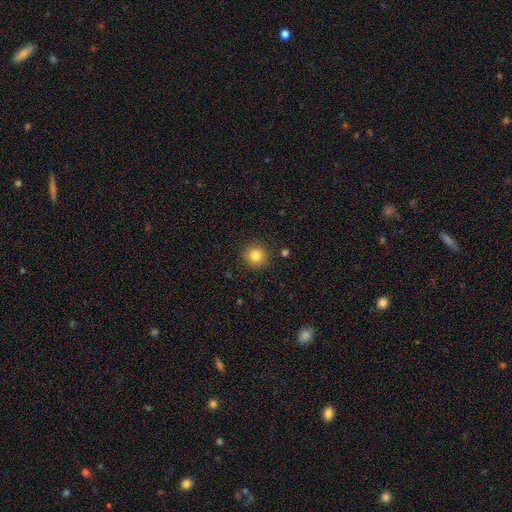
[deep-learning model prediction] Smooth or featured? Predicted: smooth (p=0.83). How rounded? Predicted: round (p=0.93). Merging? Predicted: none (p=0.90).